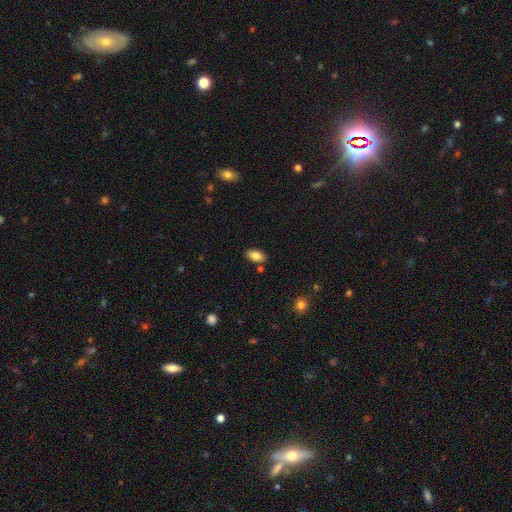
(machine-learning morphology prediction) smooth_or_featured: smooth (p=0.85) [alt: star or artifact p=0.08]
how_rounded: in between (p=0.93) [alt: round p=0.04]
merging: none (p=0.82) [alt: minor disturbance p=0.11]